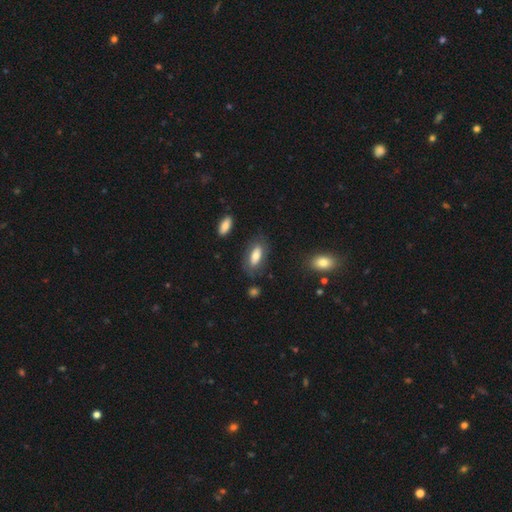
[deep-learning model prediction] Q: Smooth or featured?
A: smooth (70%); runner-up: featured or disk (23%)
Q: How rounded?
A: in between (83%); runner-up: cigar-shaped (15%)
Q: Merging?
A: none (75%); runner-up: minor disturbance (16%)